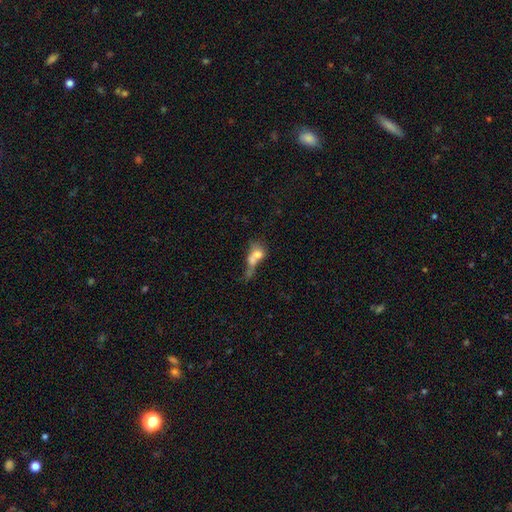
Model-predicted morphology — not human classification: Q: Smooth or featured?
A: smooth (63%); runner-up: featured or disk (26%)
Q: How rounded?
A: in between (49%); runner-up: round (43%)
Q: Merging?
A: merger (61%); runner-up: major disturbance (16%)